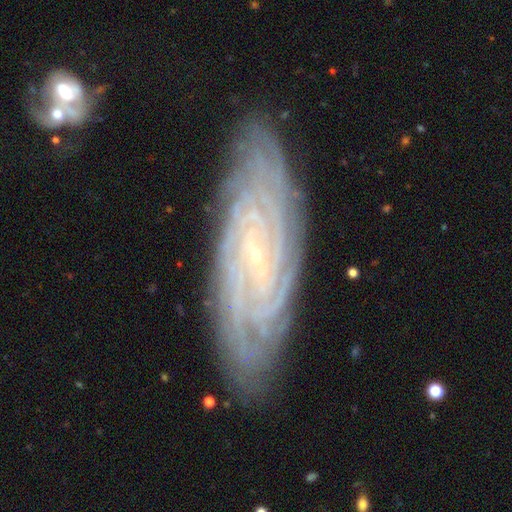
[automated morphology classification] Smooth or featured: featured or disk — 88% (smooth — 6%)
Edge-on disk: no — 91% (yes — 9%)
Bar: no — 41% (weak — 38%)
Spiral arms: yes — 98% (no — 2%)
Spiral winding: tight — 83% (medium — 14%)
Spiral arm count: can't tell — 26% (4 — 21%)
Bulge size: small — 87% (moderate — 8%)
Merging: none — 83% (minor disturbance — 13%)